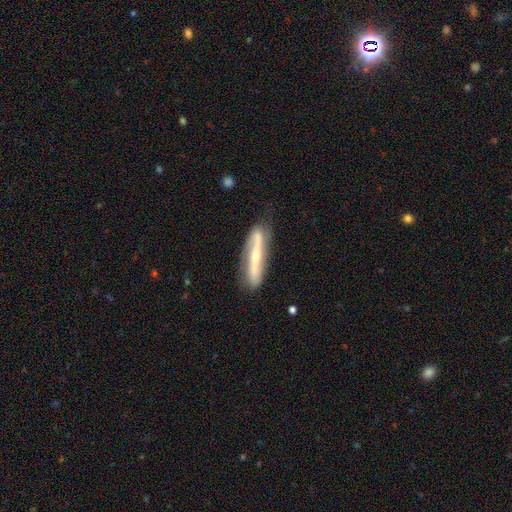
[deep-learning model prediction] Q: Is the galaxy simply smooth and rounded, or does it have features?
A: featured or disk — 71%.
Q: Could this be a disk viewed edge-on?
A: no — 57%.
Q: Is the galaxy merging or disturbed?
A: none — 74%.